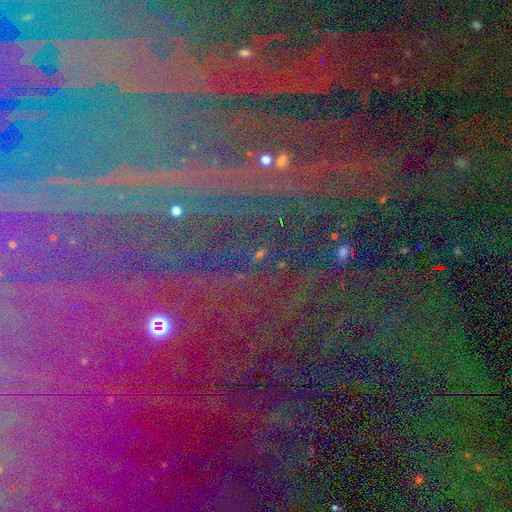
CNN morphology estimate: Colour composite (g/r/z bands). It shows a star or artifact, not a galaxy (88%).